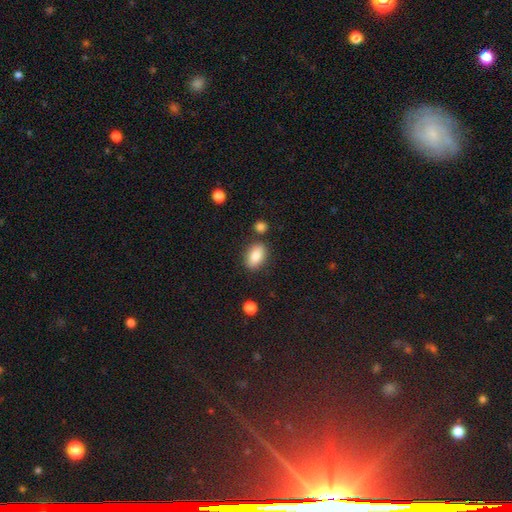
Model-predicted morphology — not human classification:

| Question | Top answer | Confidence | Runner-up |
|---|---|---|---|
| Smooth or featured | smooth | 86% | star or artifact (7%) |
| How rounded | in between | 90% | round (8%) |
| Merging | none | 81% | minor disturbance (11%) |